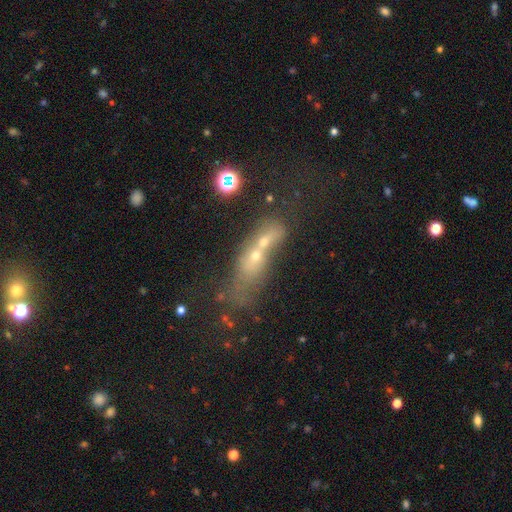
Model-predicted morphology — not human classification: A smooth galaxy with no disk features (40%). Merging: merger (57%).